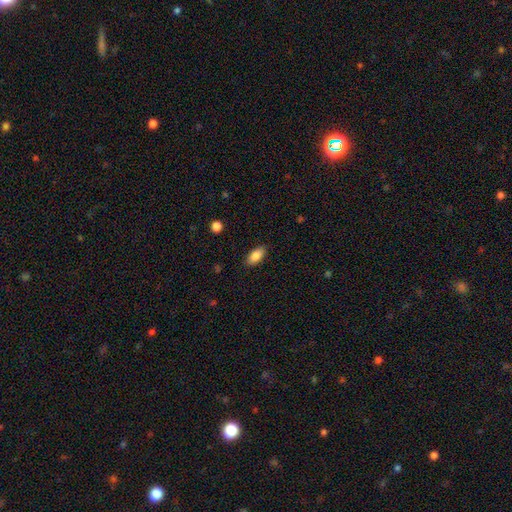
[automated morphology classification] Smooth or featured: smooth — 87% (star or artifact — 7%)
How rounded: in between — 89% (cigar-shaped — 8%)
Merging: none — 87% (minor disturbance — 10%)